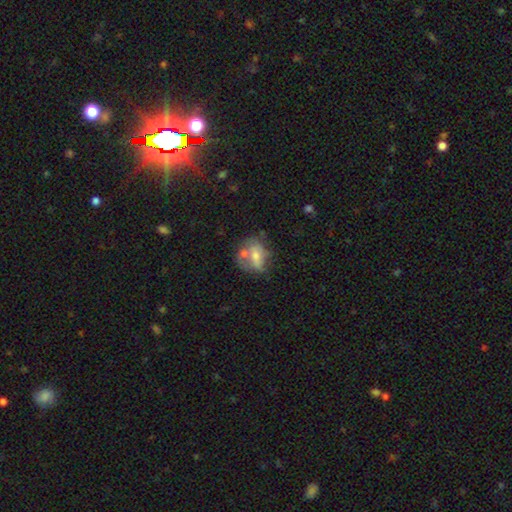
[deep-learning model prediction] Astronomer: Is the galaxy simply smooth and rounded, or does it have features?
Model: smooth — 48% (runner-up: featured or disk, 40%).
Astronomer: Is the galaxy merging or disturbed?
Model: none — 39% (runner-up: merger, 26%).